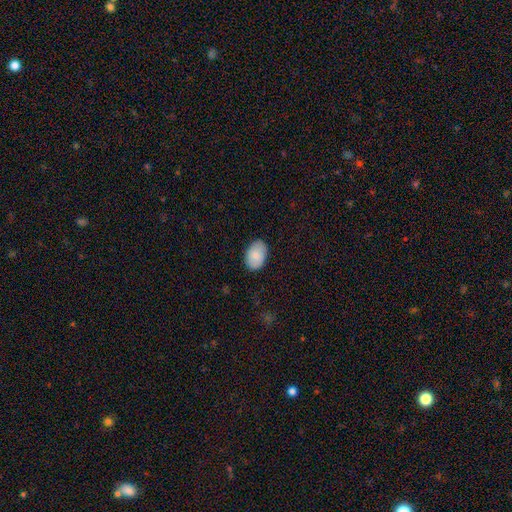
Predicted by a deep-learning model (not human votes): smooth_or_featured: smooth (p=0.86) [alt: featured or disk p=0.08]
how_rounded: in between (p=0.89) [alt: round p=0.10]
merging: none (p=0.87) [alt: minor disturbance p=0.10]